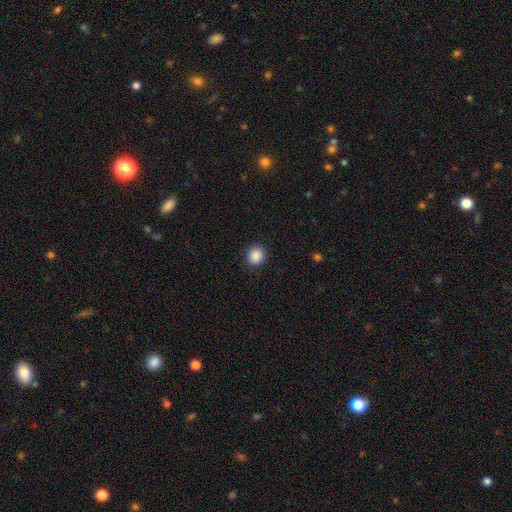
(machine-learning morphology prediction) Smooth or featured? Predicted: smooth (p=0.88). How rounded? Predicted: round (p=0.91). Merging? Predicted: none (p=0.91).